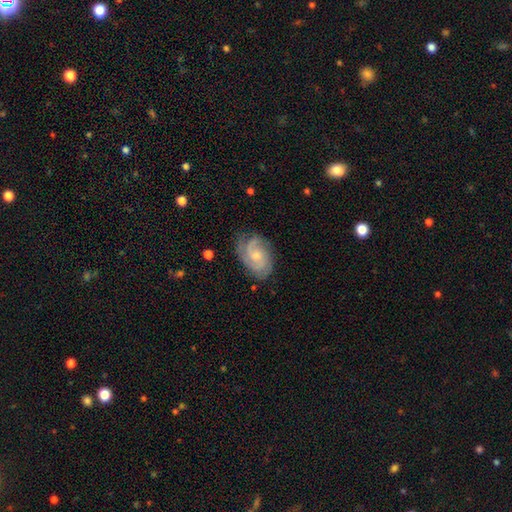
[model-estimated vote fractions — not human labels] smooth-or-featured: featured or disk: 82% | smooth: 13% | star or artifact: 5%
  disk-edge-on: no: 97% | yes: 3%
    bar: no: 70% | weak: 27% | strong: 3%
    has-spiral-arms: yes: 96% | no: 4%
      spiral-winding: tight: 53% | medium: 38% | loose: 10%
      spiral-arm-count: 2: 38% | 3: 26% | can't tell: 21% | 4: 6% | 1: 5% | more than 4: 4%
    bulge-size: small: 59% | moderate: 36% | none: 3% | large: 1% | dominant: 1%
  merging: none: 73% | minor disturbance: 19% | major disturbance: 6% | merger: 1%